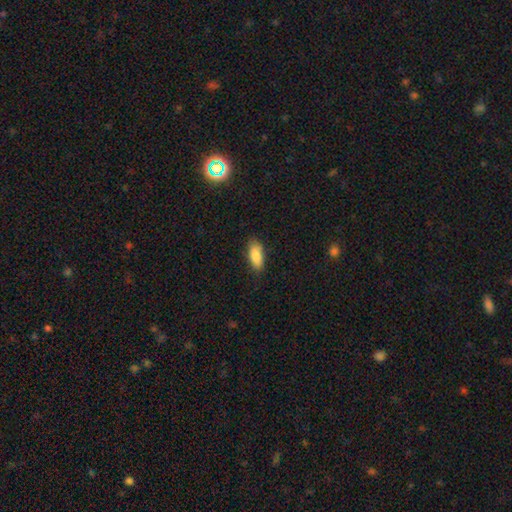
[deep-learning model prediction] This is clearly a smooth galaxy (86%). How rounded: clearly in between (82%). Merging: clearly none (81%).